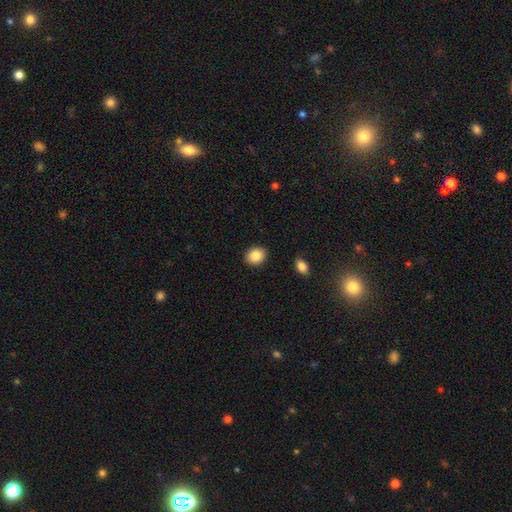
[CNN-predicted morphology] type=smooth (85%); roundness=round (50%); merging=none (90%).